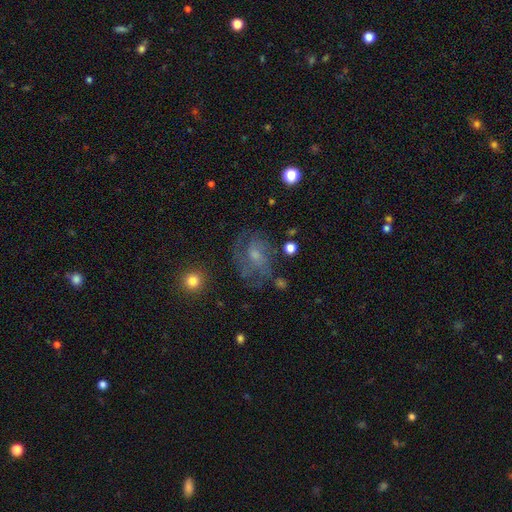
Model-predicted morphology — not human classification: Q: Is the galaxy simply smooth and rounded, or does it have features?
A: featured or disk — 67%.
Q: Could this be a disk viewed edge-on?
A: no — 97%.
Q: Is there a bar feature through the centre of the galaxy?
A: no — 59%.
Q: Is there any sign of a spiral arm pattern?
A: yes — 84%.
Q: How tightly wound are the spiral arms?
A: medium — 43%.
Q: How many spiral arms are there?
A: can't tell — 40%.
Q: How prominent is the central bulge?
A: small — 51%.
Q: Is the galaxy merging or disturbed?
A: none — 61%.